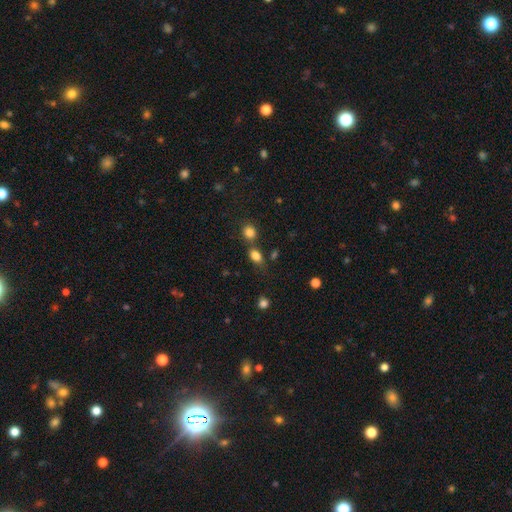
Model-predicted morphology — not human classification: Overall: smooth (82%). How rounded: in between (78%). Merging: none (59%; merger 23%).